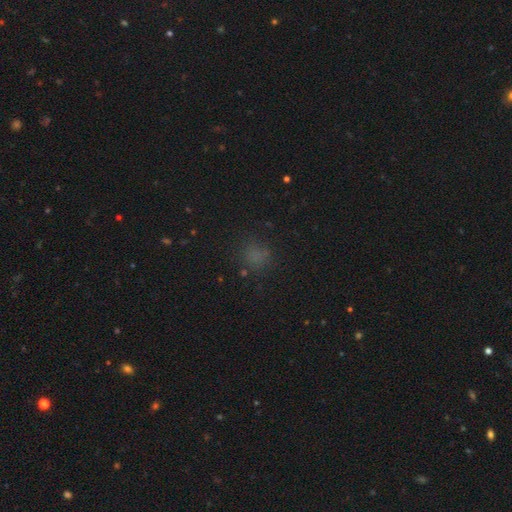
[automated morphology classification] type=smooth (69%); roundness=round (79%); merging=none (78%).